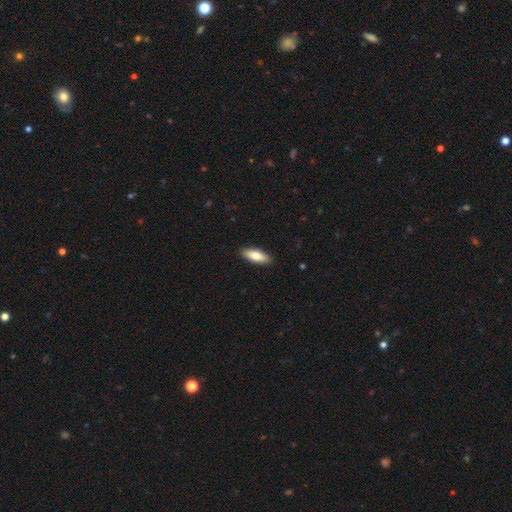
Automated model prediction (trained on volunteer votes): smooth 77%, featured or disk 17%, star or artifact 6%. Down the decision tree: how rounded — in between (63%); merging — none (90%).